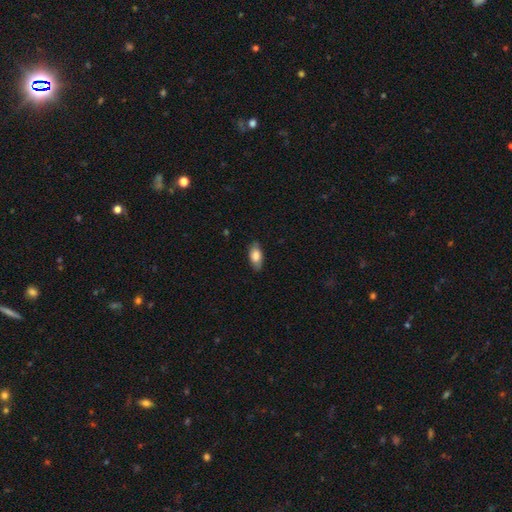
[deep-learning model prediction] Smooth or featured? smooth (80%)
How rounded? in between (90%)
Merging? none (82%)